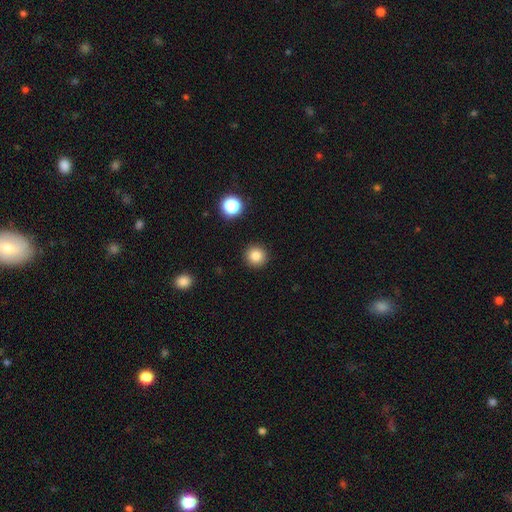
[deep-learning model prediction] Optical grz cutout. It shows a smooth galaxy with no disk features (83%) that is round (95%). Merging: none (92%).